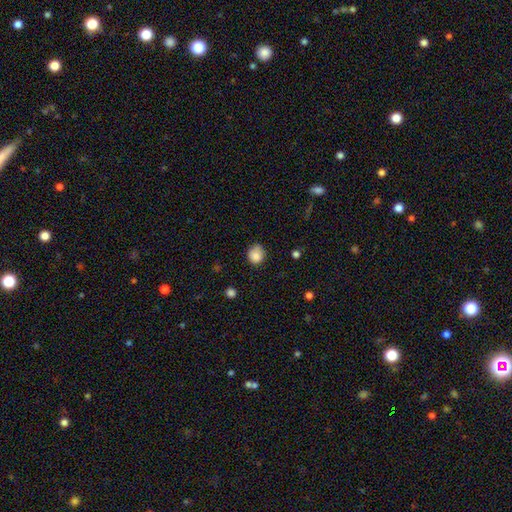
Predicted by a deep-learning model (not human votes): Morphology: type=smooth (85%); roundness=round (72%); merging=none (60%).